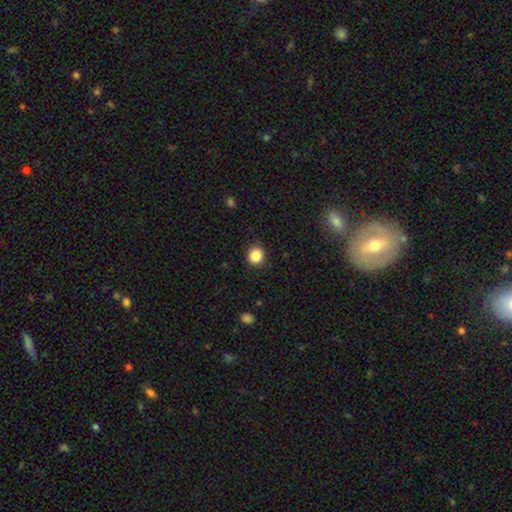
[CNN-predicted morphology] smooth-or-featured: smooth: 86% | star or artifact: 10% | featured or disk: 3%
  how-rounded: round: 86% | in between: 13% | cigar-shaped: 1%
  merging: none: 86% | minor disturbance: 10% | major disturbance: 3% | merger: 1%